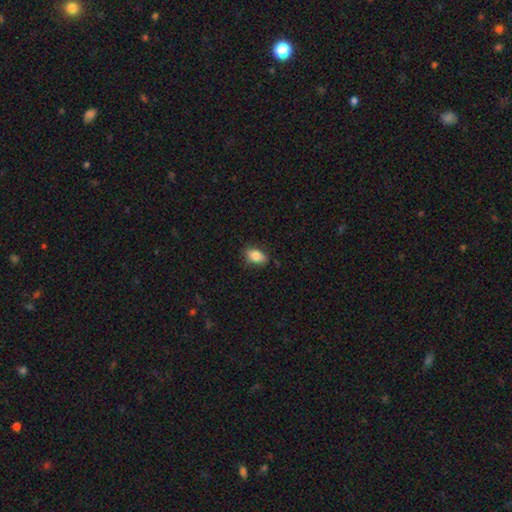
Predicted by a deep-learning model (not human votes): Smooth or featured? smooth (83%)
How rounded? in between (87%)
Merging? none (79%)